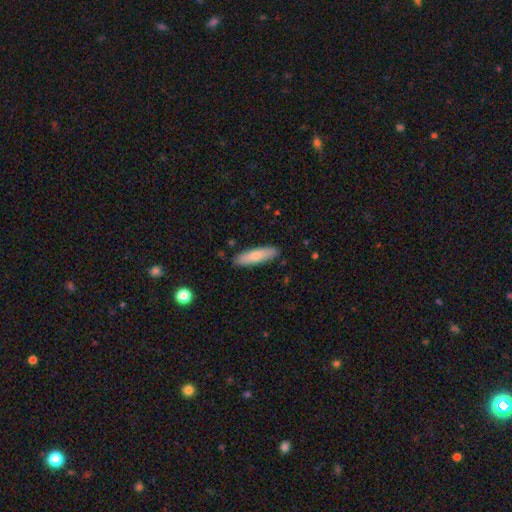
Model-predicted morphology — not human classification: Q: Smooth or featured?
A: smooth (73%); runner-up: featured or disk (21%)
Q: How rounded?
A: cigar-shaped (68%); runner-up: in between (31%)
Q: Merging?
A: none (88%); runner-up: minor disturbance (9%)